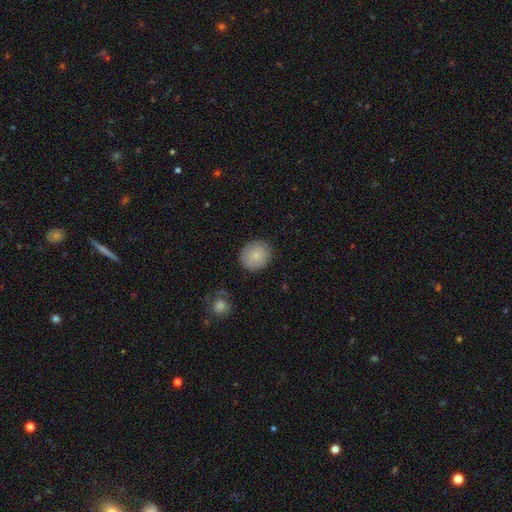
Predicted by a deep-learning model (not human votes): smooth-or-featured: smooth: 83% | featured or disk: 9% | star or artifact: 8%
  how-rounded: round: 79% | in between: 20% | cigar-shaped: 1%
  merging: none: 85% | minor disturbance: 11% | major disturbance: 3% | merger: 1%